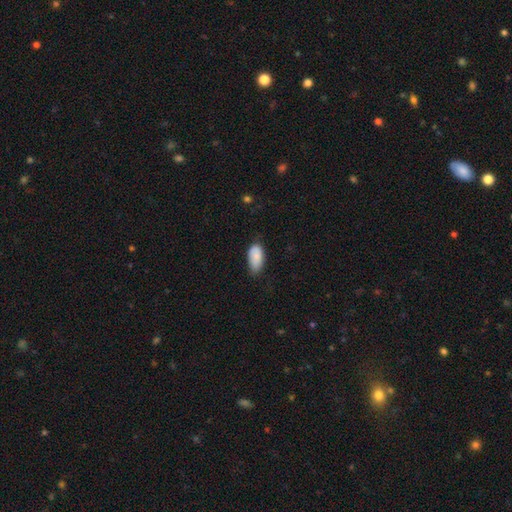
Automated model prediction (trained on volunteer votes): smooth-or-featured: smooth: 84% | featured or disk: 9% | star or artifact: 7%
  how-rounded: in between: 94% | round: 3% | cigar-shaped: 3%
  merging: none: 60% | minor disturbance: 34% | major disturbance: 5% | merger: 1%